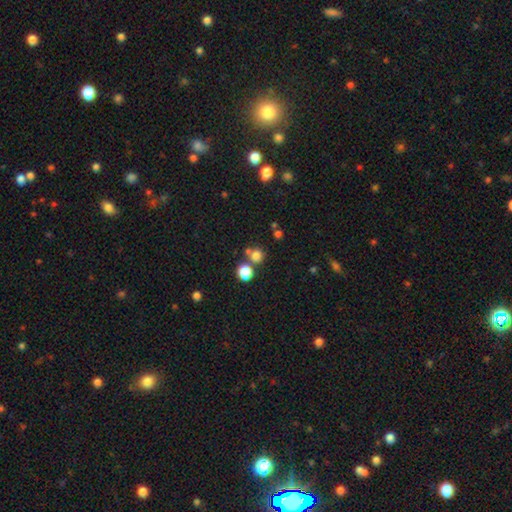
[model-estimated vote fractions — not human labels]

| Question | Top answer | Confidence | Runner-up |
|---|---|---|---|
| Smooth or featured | smooth | 75% | star or artifact (18%) |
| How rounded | round | 90% | in between (9%) |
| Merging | none | 66% | merger (23%) |